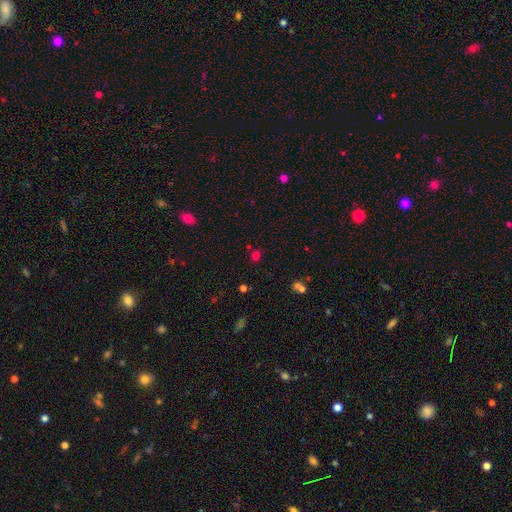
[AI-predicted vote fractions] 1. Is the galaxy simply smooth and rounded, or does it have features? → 63% smooth, 31% star or artifact, 6% featured or disk.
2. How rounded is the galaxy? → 78% round, 21% in between, 1% cigar-shaped.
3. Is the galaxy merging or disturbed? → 79% none, 10% minor disturbance, 7% merger, 4% major disturbance.